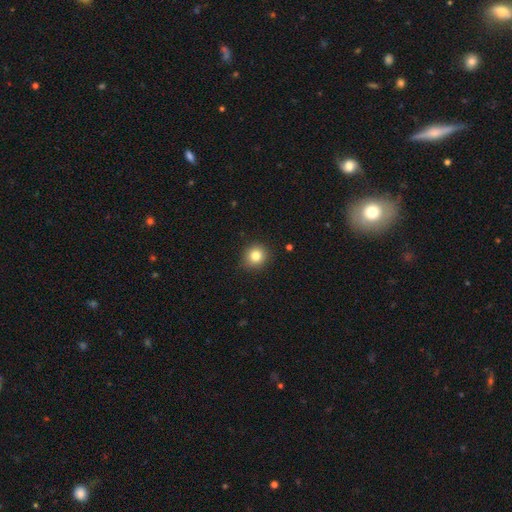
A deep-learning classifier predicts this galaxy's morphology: smooth 82%, star or artifact 11%, featured or disk 7%. Down the decision tree: how rounded — round (87%); merging — none (89%).